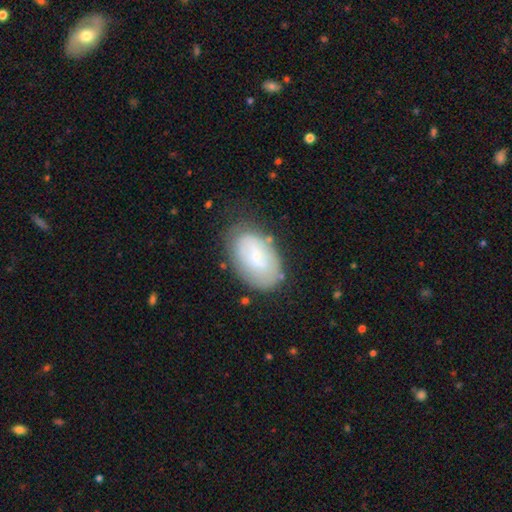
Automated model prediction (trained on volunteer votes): Q: Smooth or featured?
A: smooth (56%); runner-up: featured or disk (36%)
Q: How rounded?
A: in between (92%); runner-up: round (7%)
Q: Merging?
A: none (70%); runner-up: minor disturbance (20%)